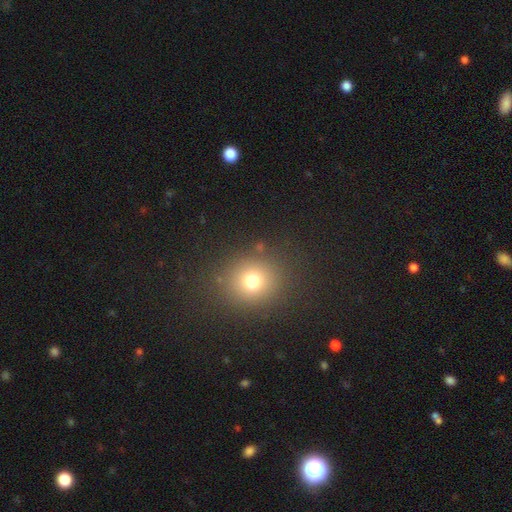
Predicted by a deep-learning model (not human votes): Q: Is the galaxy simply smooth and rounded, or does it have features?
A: smooth — 64%.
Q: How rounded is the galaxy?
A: round — 75%.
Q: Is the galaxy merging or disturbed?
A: none — 91%.